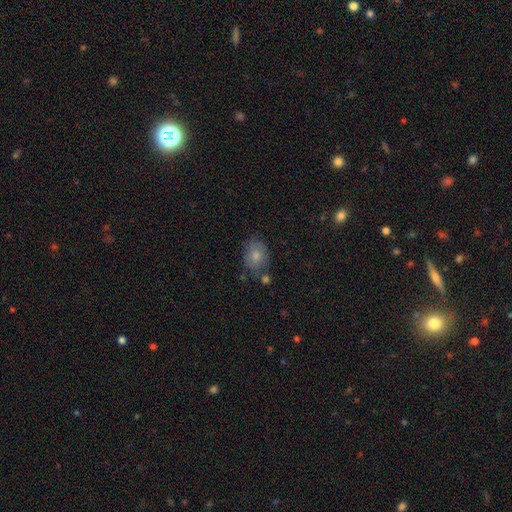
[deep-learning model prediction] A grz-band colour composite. It shows a smooth galaxy with no disk features (78%) that is in between round and cigar-shaped (61%). Merging: none (65%).